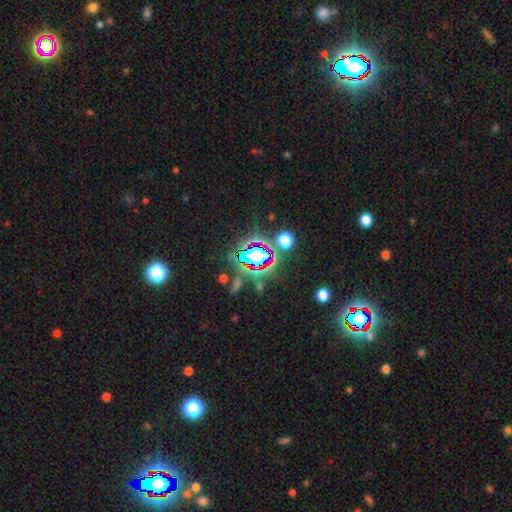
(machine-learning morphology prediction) This appears to be a star or artifact, not a galaxy (67%).